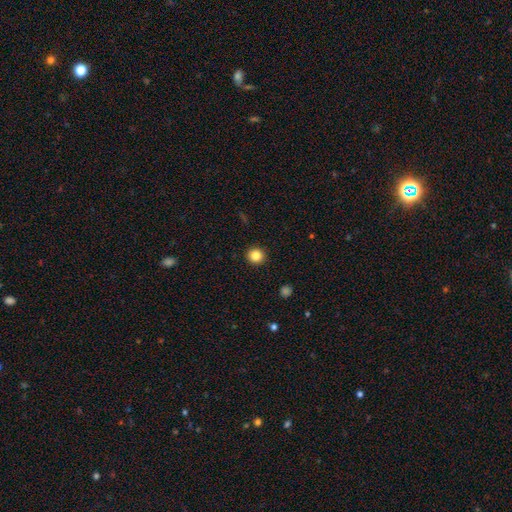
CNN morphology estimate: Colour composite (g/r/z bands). It shows a smooth galaxy with no disk features (84%) that is round (93%). Merging: none (93%).